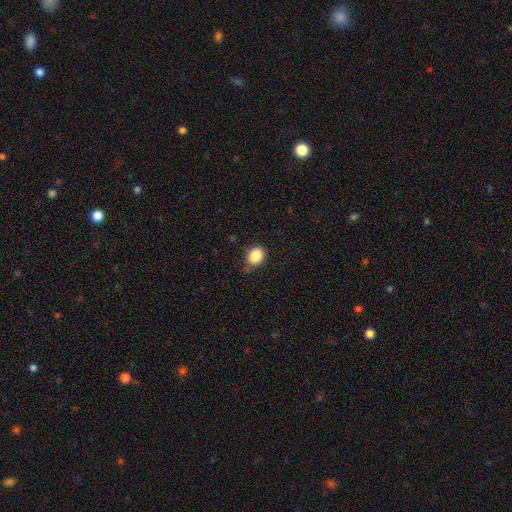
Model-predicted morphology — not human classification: A smooth galaxy with no disk features (87%) that is round (50%). Merging: none (77%).